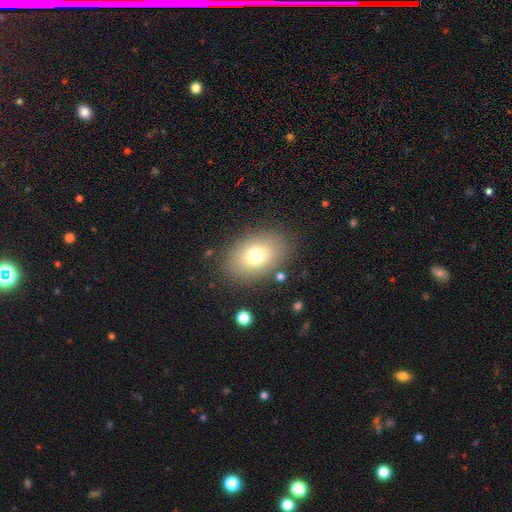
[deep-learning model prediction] smooth-or-featured: smooth: 75% | featured or disk: 16% | star or artifact: 10%
  how-rounded: in between: 85% | round: 14% | cigar-shaped: 1%
  merging: none: 83% | minor disturbance: 11% | major disturbance: 4% | merger: 2%